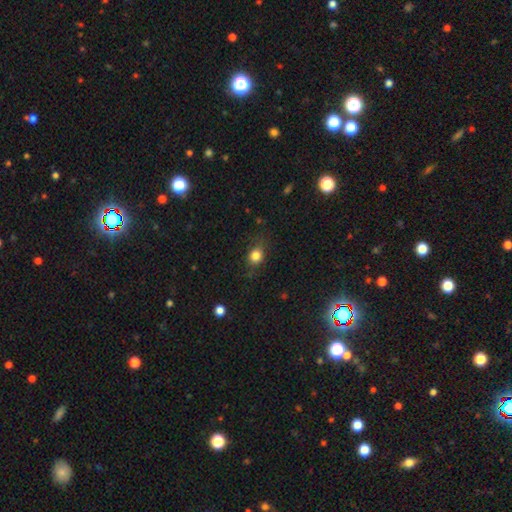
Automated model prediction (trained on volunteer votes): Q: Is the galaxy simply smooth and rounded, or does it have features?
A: smooth — 82%.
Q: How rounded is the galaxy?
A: round — 62%.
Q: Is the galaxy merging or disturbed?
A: none — 74%.